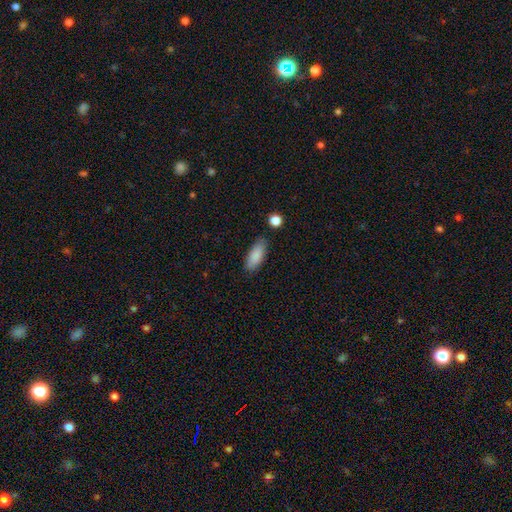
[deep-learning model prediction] This appears to be a smooth galaxy with no disk features (87%) that is in between round and cigar-shaped (76%). Merging: none (82%).